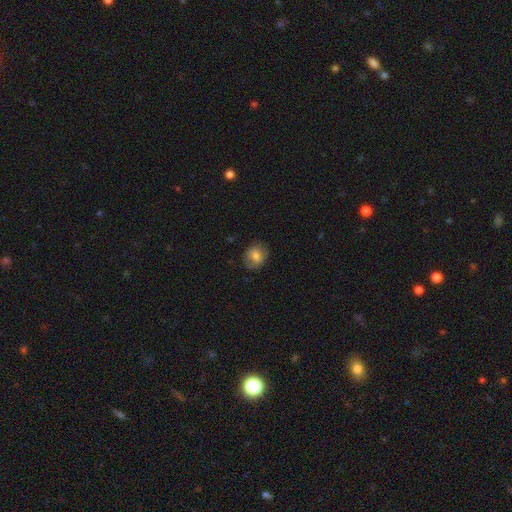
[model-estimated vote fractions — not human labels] smooth_or_featured: smooth (p=0.70) [alt: featured or disk p=0.21]
how_rounded: round (p=0.54) [alt: in between p=0.45]
merging: none (p=0.78) [alt: minor disturbance p=0.16]